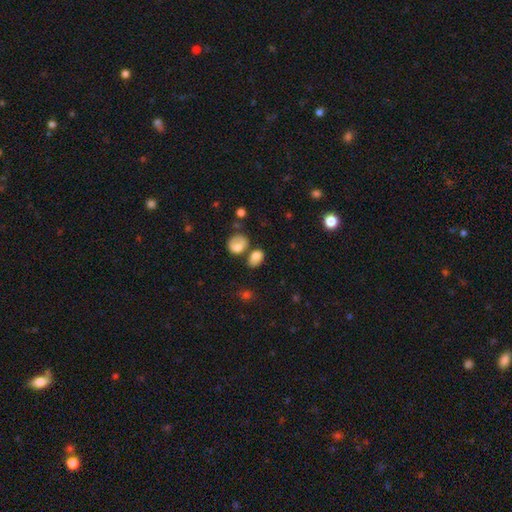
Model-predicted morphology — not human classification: smooth-or-featured: smooth: 79% | featured or disk: 10% | star or artifact: 10%
  how-rounded: in between: 77% | round: 21% | cigar-shaped: 1%
  merging: none: 52% | merger: 25% | minor disturbance: 17% | major disturbance: 6%